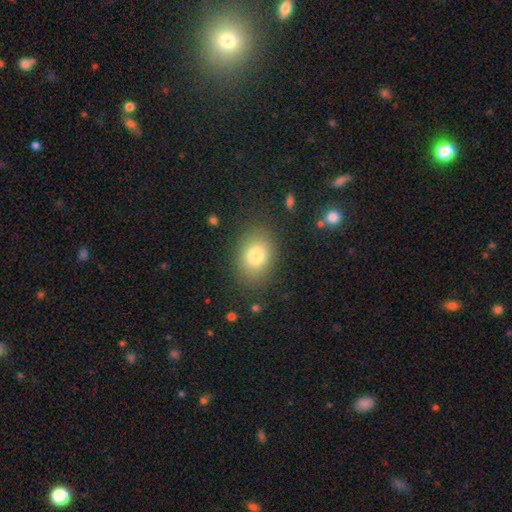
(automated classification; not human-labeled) Smooth or featured? smooth (80%)
How rounded? in between (65%)
Merging? none (83%)